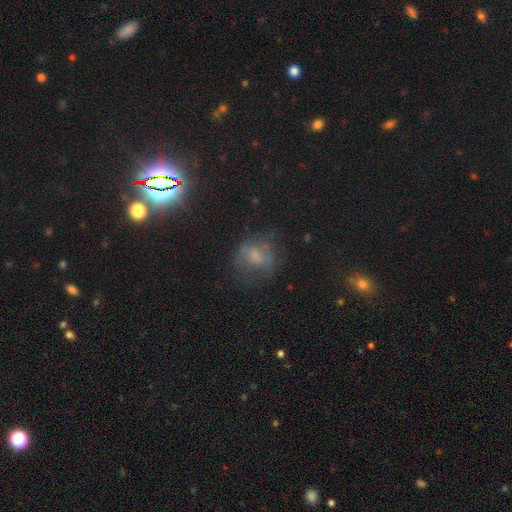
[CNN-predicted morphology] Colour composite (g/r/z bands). It shows a smooth galaxy with no disk features (47%). Merging: none (51%).